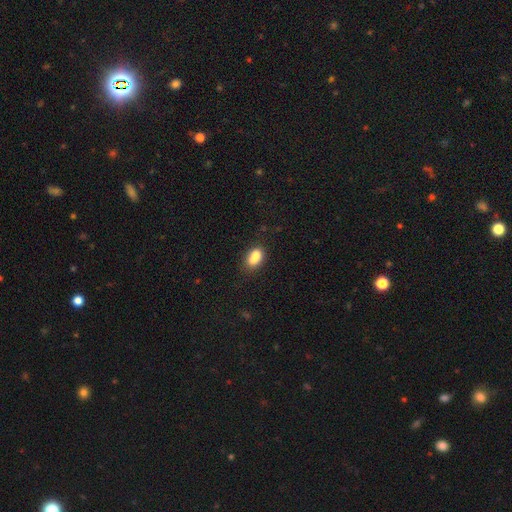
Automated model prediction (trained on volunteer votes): Smooth or featured? smooth (76%)
How rounded? in between (79%)
Merging? none (44%)